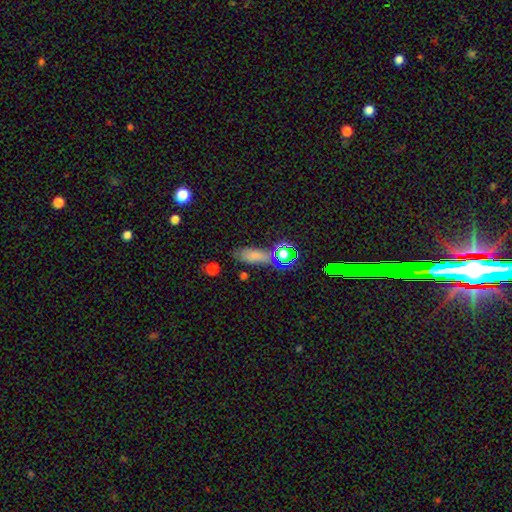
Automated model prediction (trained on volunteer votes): Overall: smooth (72%). How rounded: in between (64%; cigar-shaped 28%). Merging: none (70%).